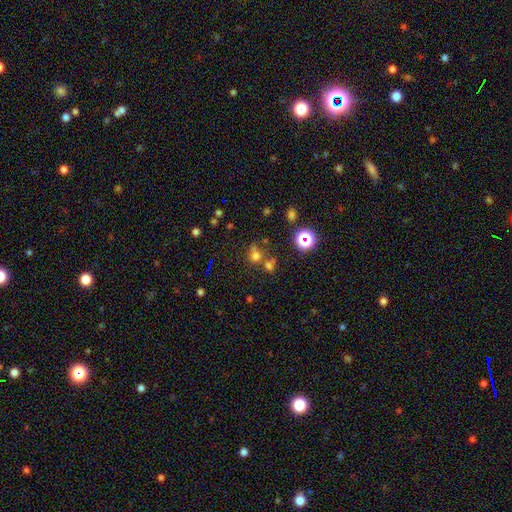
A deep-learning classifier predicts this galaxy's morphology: Overall: smooth (60%; star or artifact 30%). How rounded: round (83%). Merging: none (54%; merger 29%).